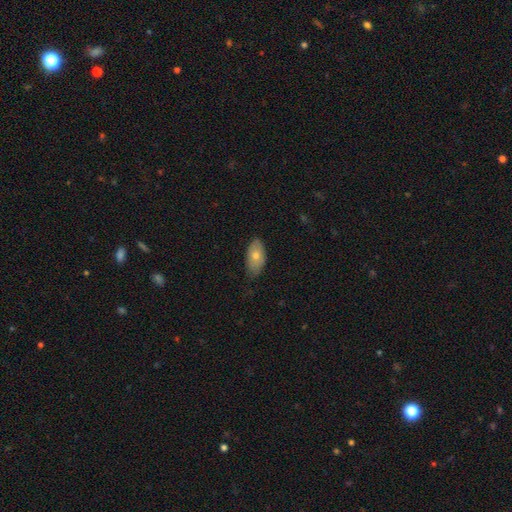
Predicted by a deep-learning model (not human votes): Q: Smooth or featured?
A: smooth (62%); runner-up: featured or disk (30%)
Q: How rounded?
A: in between (92%); runner-up: round (5%)
Q: Merging?
A: none (73%); runner-up: minor disturbance (23%)